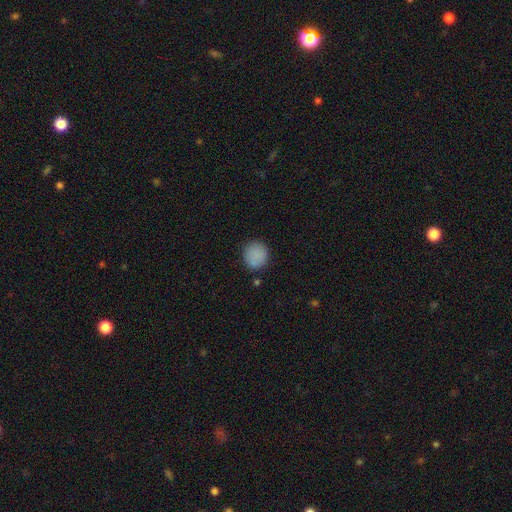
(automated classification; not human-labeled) Smooth or featured: smooth — 87% (star or artifact — 9%)
How rounded: round — 88% (in between — 11%)
Merging: none — 85% (minor disturbance — 10%)